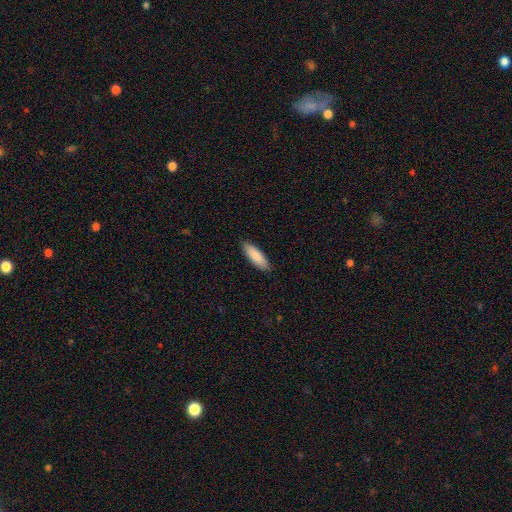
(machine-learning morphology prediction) A smooth galaxy with no disk features (88%) that is in between round and cigar-shaped (57%).

Vote fractions:
- Smooth or featured? smooth: 88% / featured or disk: 7% / star or artifact: 5%
- How rounded? in between: 57% / cigar-shaped: 42% / round: 1%
- Merging? none: 87% / minor disturbance: 10% / major disturbance: 2% / merger: 1%